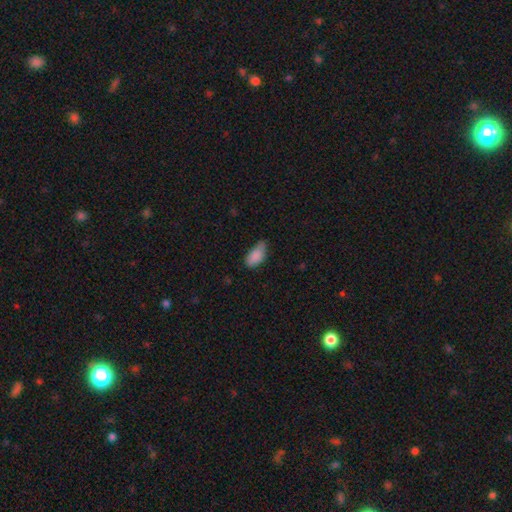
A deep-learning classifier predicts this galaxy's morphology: The model was most divided on "merging": none: 47%, minor disturbance: 42%, major disturbance: 8%, merger: 3%. More confident: how rounded — in between (93%); smooth or featured — smooth (86%).